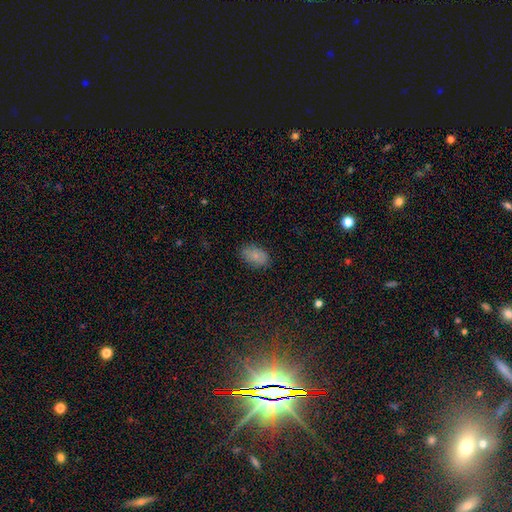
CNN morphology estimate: Smooth or featured?
  - smooth: 82% *
  - star or artifact: 9%
  - featured or disk: 9%
How rounded?
  - in between: 89% *
  - round: 10%
  - cigar-shaped: 1%
Merging?
  - none: 83% *
  - minor disturbance: 13%
  - major disturbance: 3%
  - merger: 1%